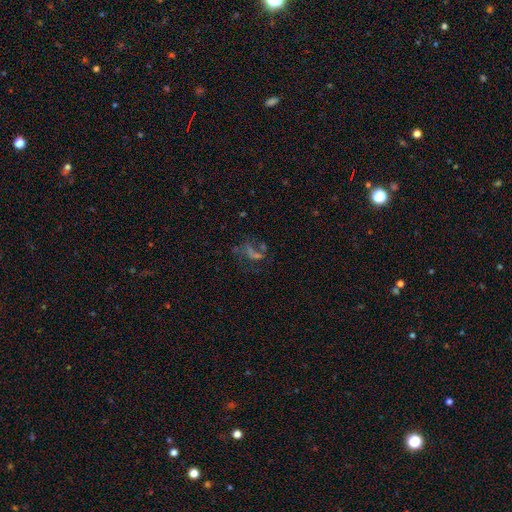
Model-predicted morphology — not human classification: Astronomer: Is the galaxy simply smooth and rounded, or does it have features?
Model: featured or disk — 40% (runner-up: star or artifact, 35%).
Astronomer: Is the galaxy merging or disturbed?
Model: none — 42% (runner-up: major disturbance, 30%).